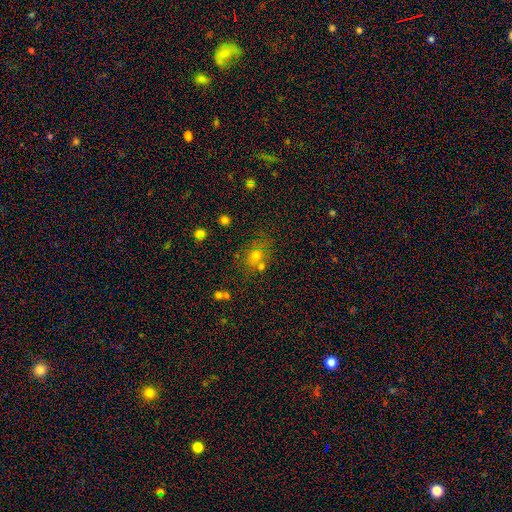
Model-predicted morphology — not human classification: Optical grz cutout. It shows a smooth galaxy with no disk features (61%) that is round (55%). Merging: none (62%).